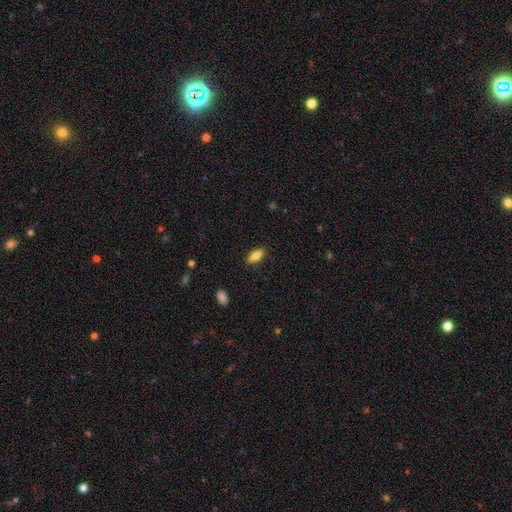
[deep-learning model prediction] A smooth galaxy with no disk features (78%) that is in between round and cigar-shaped (81%).

Vote fractions:
- Smooth or featured? smooth: 78% / featured or disk: 15% / star or artifact: 7%
- How rounded? in between: 81% / cigar-shaped: 17% / round: 3%
- Merging? none: 87% / minor disturbance: 10% / major disturbance: 2% / merger: 1%